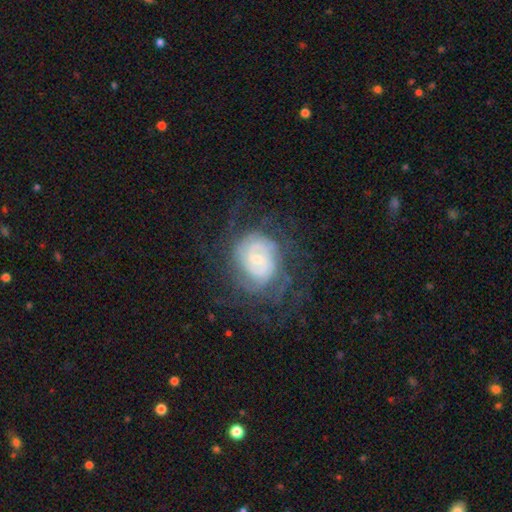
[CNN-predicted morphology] This appears to be a featured or disk galaxy (75%) with no bar (54%), tight (63%) spiral arms (90%) and a small central bulge (65%). Merging: none (69%).